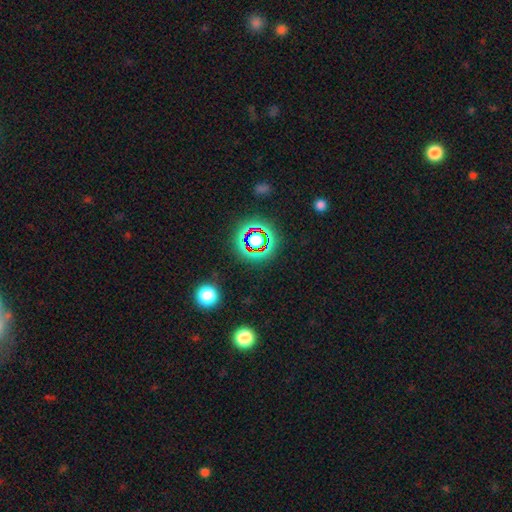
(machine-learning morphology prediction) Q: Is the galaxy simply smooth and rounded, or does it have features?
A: star or artifact — 75%.